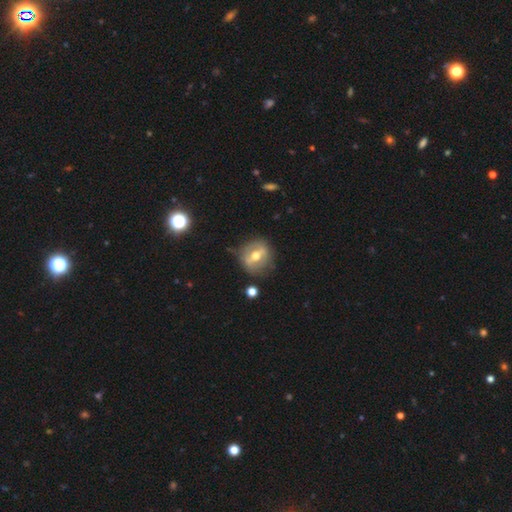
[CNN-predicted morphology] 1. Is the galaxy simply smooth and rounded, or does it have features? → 61% featured or disk, 32% smooth, 7% star or artifact.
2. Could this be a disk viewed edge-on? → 88% no, 12% yes.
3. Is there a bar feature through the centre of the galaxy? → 51% strong, 32% weak, 16% no.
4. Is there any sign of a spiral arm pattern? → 70% no, 30% yes.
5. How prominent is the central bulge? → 76% moderate, 13% small, 9% large, 1% dominant, 1% none.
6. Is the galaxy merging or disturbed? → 75% none, 16% minor disturbance, 6% major disturbance, 2% merger.